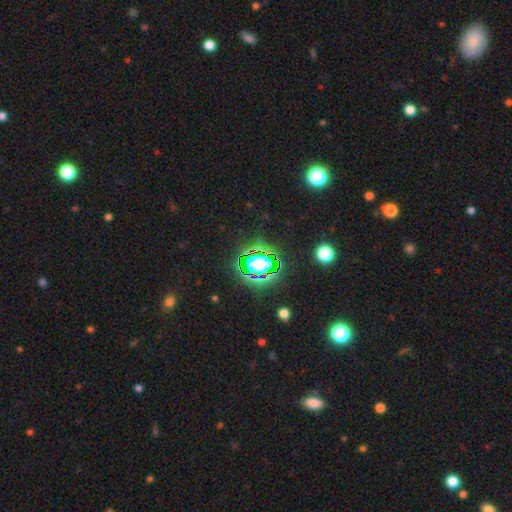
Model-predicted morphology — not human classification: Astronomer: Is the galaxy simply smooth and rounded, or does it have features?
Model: star or artifact — 70%.